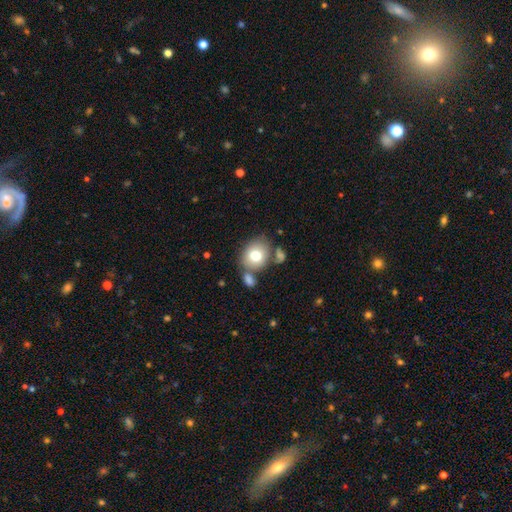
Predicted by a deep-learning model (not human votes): A smooth galaxy with no disk features (75%) that is round (61%).

Vote fractions:
- Smooth or featured? smooth: 75% / featured or disk: 16% / star or artifact: 9%
- How rounded? round: 61% / in between: 38% / cigar-shaped: 1%
- Merging? none: 63% / merger: 17% / minor disturbance: 15% / major disturbance: 5%